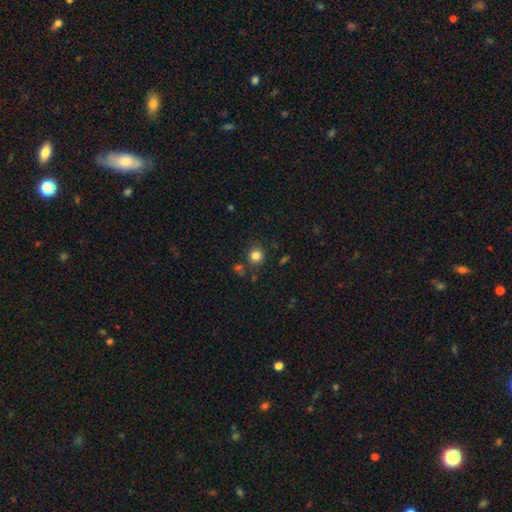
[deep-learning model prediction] Smooth or featured?
  - smooth: 82% *
  - star or artifact: 13%
  - featured or disk: 5%
How rounded?
  - round: 90% *
  - in between: 9%
  - cigar-shaped: 1%
Merging?
  - none: 82% *
  - minor disturbance: 9%
  - merger: 5%
  - major disturbance: 3%